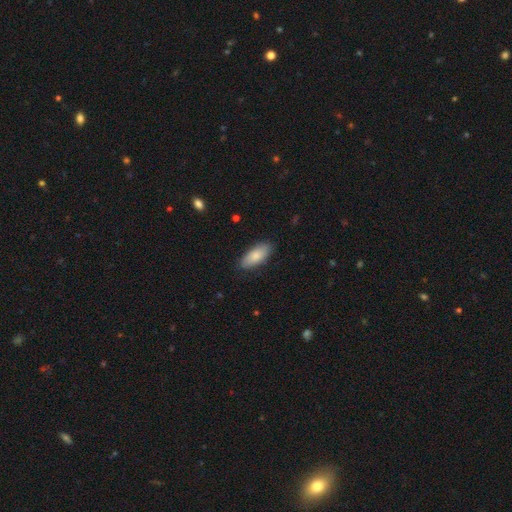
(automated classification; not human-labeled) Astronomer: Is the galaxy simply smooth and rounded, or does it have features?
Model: smooth — 83%.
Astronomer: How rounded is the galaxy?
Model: in between — 84%.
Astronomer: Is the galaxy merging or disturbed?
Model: none — 84%.